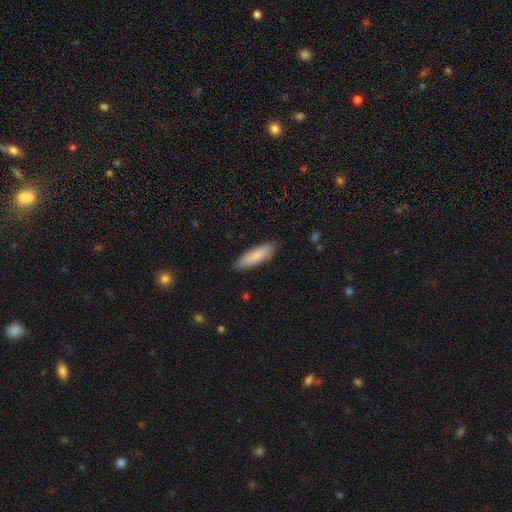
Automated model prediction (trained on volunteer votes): Overall: smooth (86%). How rounded: cigar-shaped (56%; in between 43%). Merging: none (88%).